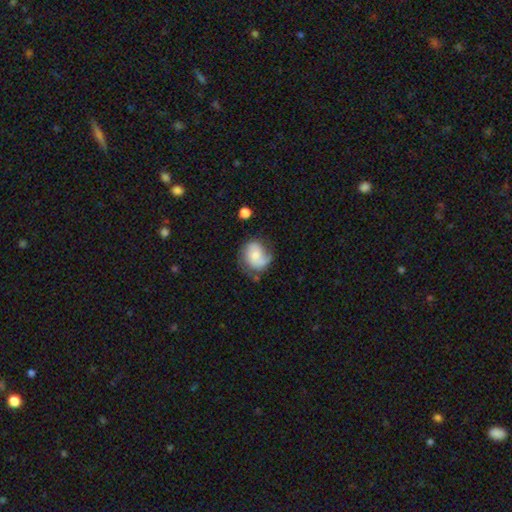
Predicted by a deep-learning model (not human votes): smooth_or_featured: smooth (p=0.47) [alt: featured or disk p=0.45]
merging: none (p=0.49) [alt: minor disturbance p=0.30]